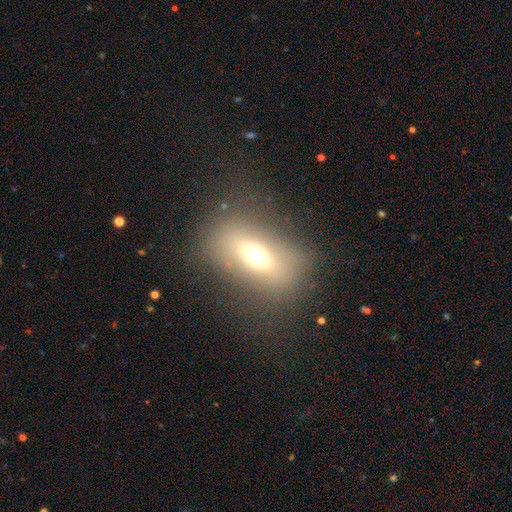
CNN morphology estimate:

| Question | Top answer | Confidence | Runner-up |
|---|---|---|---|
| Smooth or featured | smooth | 59% | featured or disk (25%) |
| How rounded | in between | 73% | round (18%) |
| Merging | none | 74% | minor disturbance (14%) |